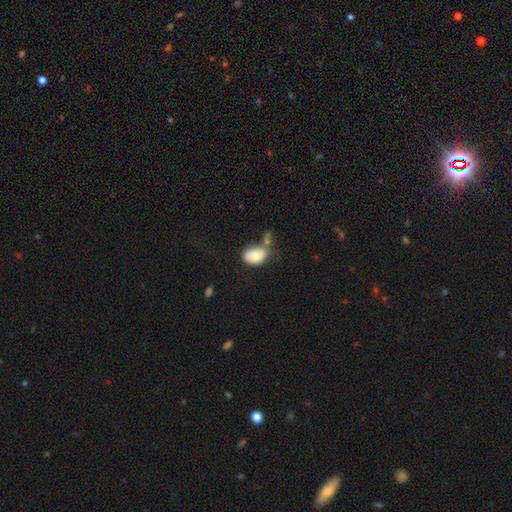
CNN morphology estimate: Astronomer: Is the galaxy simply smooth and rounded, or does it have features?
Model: smooth — 73%.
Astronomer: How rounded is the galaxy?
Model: in between — 82%.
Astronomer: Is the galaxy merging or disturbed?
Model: none — 34% (runner-up: merger, 27%).